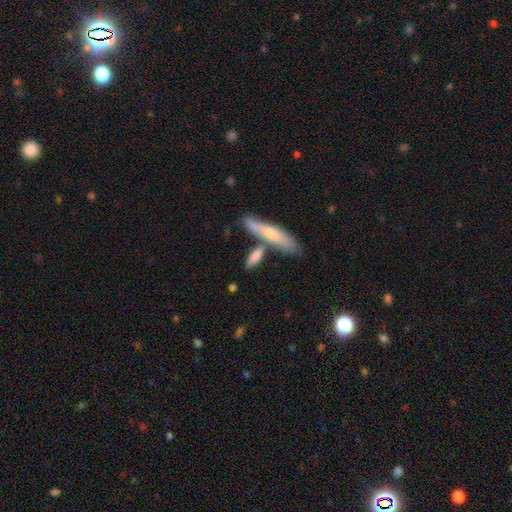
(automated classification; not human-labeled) Overall: smooth (73%). How rounded: cigar-shaped (55%; in between 41%). Merging: none (53%; merger 28%).